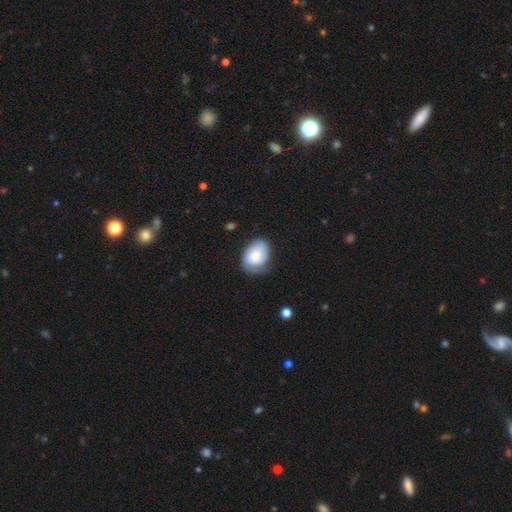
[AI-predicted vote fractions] Smooth or featured? smooth (47%)
Merging? none (50%)